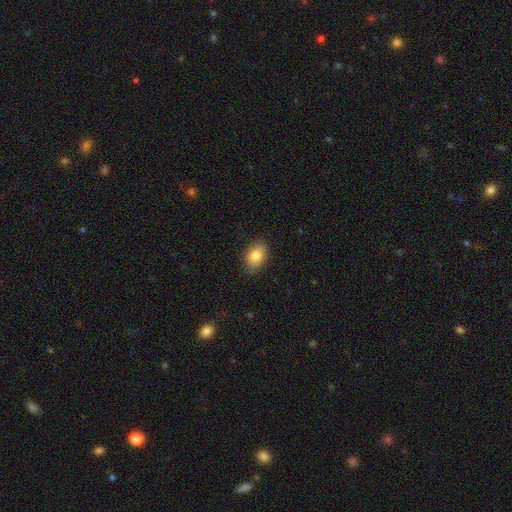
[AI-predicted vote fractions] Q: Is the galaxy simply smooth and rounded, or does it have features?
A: smooth — 83%.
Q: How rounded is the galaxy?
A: in between — 78%.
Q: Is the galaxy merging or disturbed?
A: none — 83%.